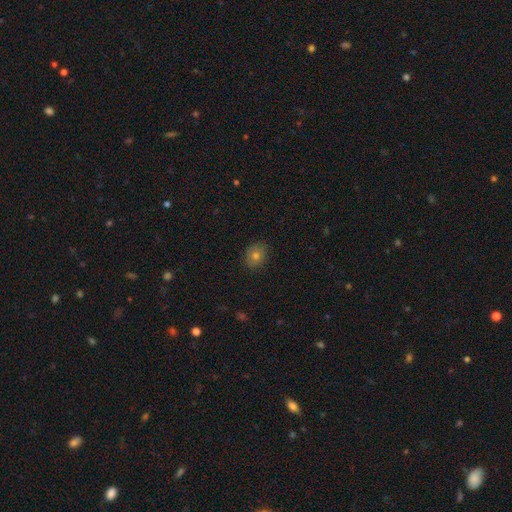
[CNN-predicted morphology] type=smooth (72%); roundness=round (53%); merging=none (85%).